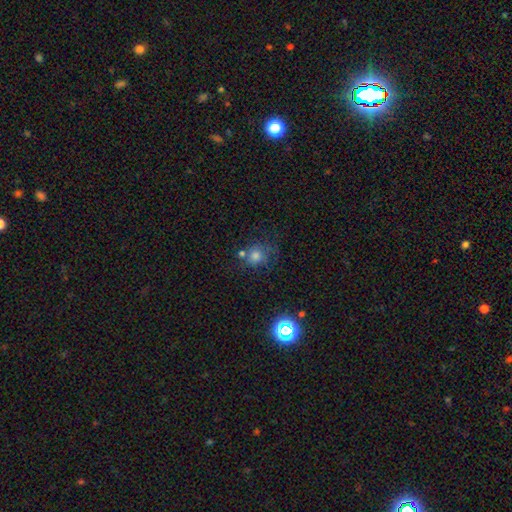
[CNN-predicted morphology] Smooth or featured? Predicted: smooth (p=0.66). How rounded? Predicted: round (p=0.80). Merging? Predicted: none (p=0.55).